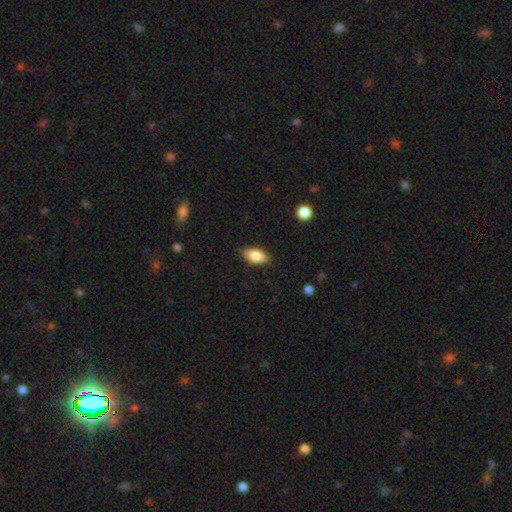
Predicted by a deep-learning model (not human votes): Smooth or featured? smooth (81%)
How rounded? in between (87%)
Merging? none (86%)